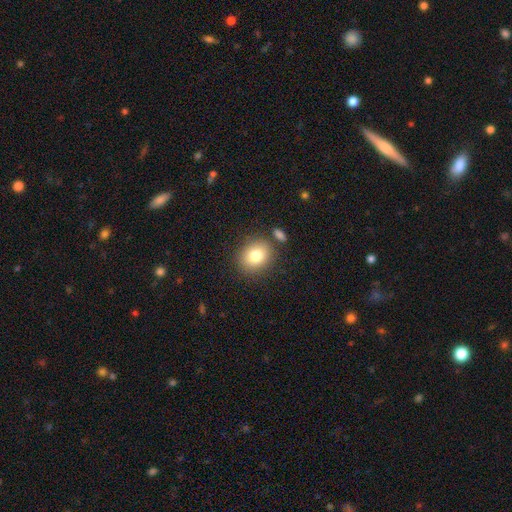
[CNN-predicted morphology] Q: Smooth or featured?
A: smooth (79%); runner-up: star or artifact (10%)
Q: How rounded?
A: round (63%); runner-up: in between (36%)
Q: Merging?
A: none (80%); runner-up: minor disturbance (10%)